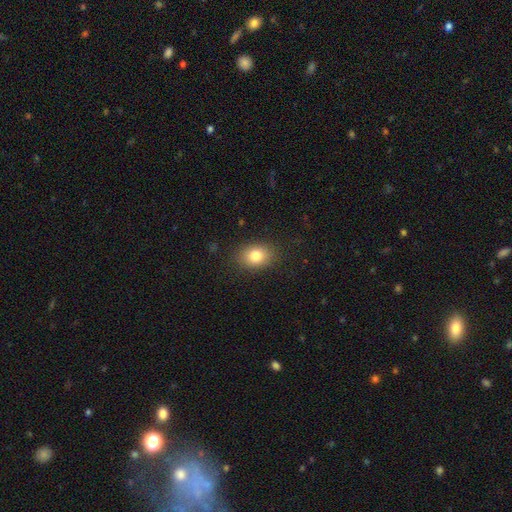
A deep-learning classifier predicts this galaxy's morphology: Smooth or featured? smooth (82%)
How rounded? in between (66%)
Merging? none (85%)